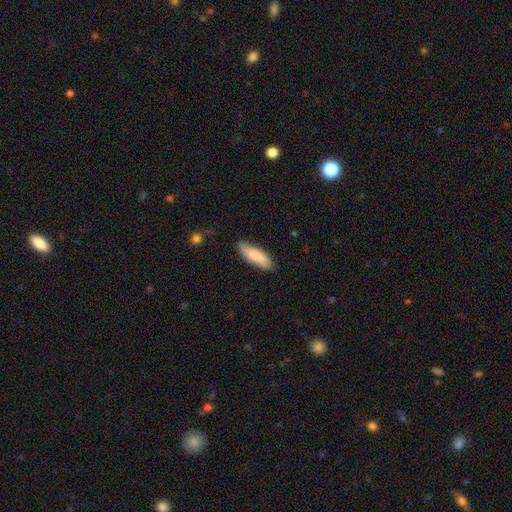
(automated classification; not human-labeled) A smooth galaxy with no disk features (81%) that is in between round and cigar-shaped (50%). Merging: none (80%).